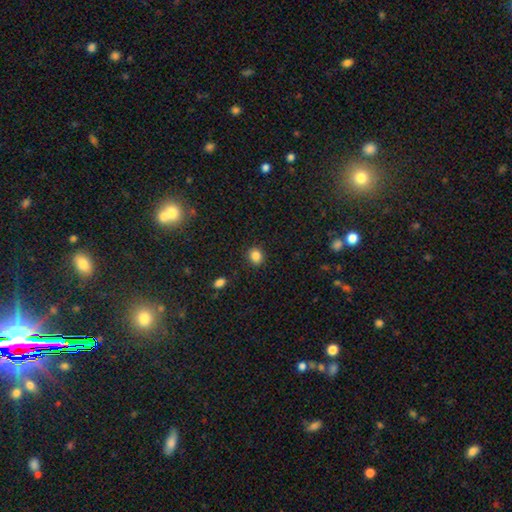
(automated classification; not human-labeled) Smooth or featured: smooth — 86% (star or artifact — 11%)
How rounded: round — 66% (in between — 33%)
Merging: none — 89% (minor disturbance — 8%)